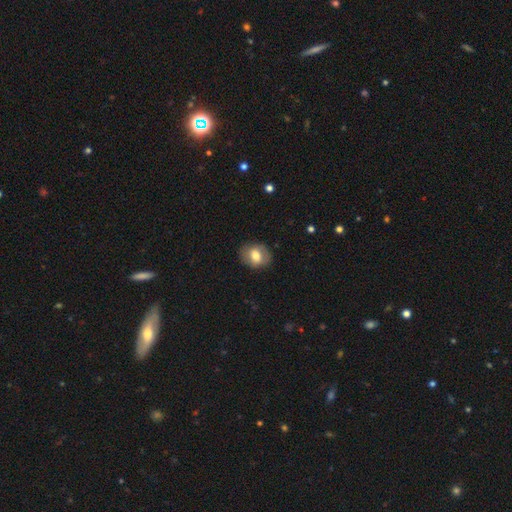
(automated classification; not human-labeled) A smooth galaxy with no disk features (68%) that is in between round and cigar-shaped (55%). Merging: none (82%).